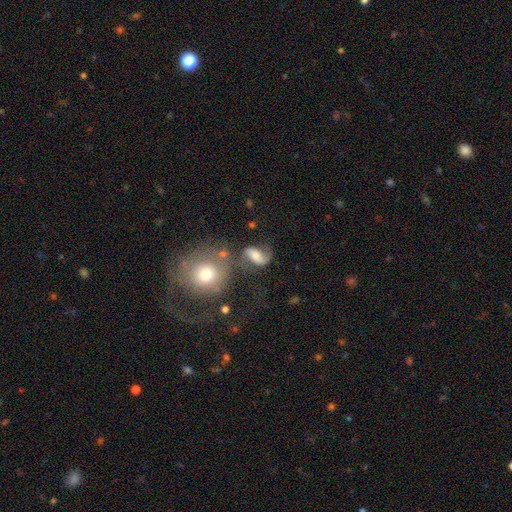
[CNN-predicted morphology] This appears to be a featured or disk galaxy (55%) with a weak bar (40%), spiral arms (87%) and a moderate central bulge (50%). Merging: none (54%).